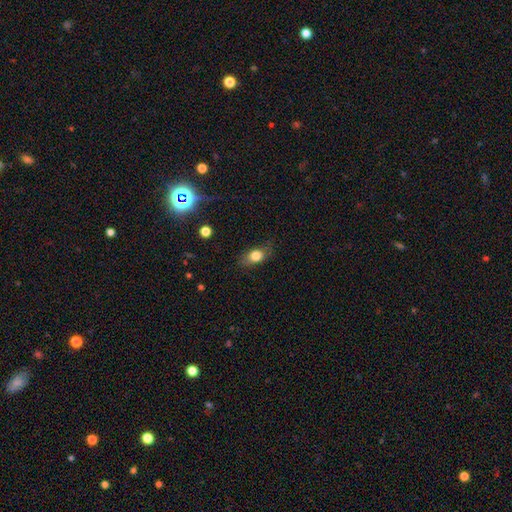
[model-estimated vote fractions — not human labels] smooth_or_featured: smooth (p=0.77) [alt: featured or disk p=0.14]
how_rounded: in between (p=0.77) [alt: round p=0.18]
merging: none (p=0.70) [alt: minor disturbance p=0.22]